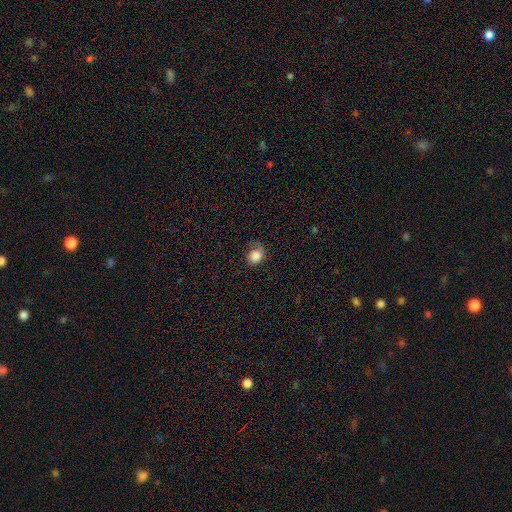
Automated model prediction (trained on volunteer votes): Morphology: type=smooth (77%); roundness=round (57%); merging=none (44%).